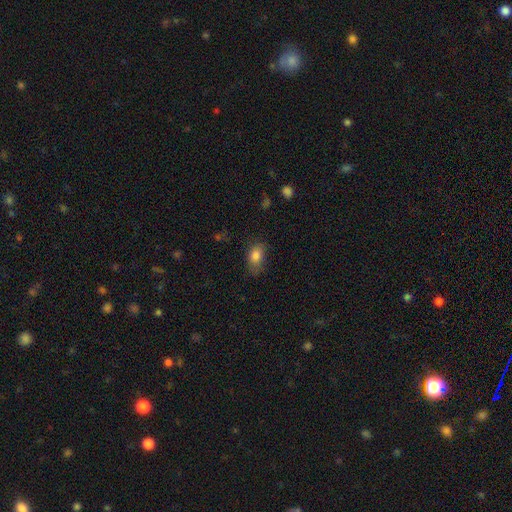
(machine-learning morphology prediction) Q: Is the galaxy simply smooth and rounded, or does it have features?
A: smooth — 82%.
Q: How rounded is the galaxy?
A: in between — 81%.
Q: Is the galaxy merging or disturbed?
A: none — 63%.